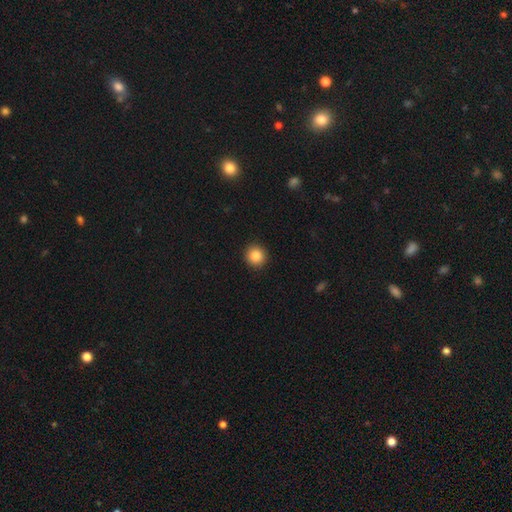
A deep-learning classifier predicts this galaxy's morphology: smooth-or-featured: smooth: 85% | star or artifact: 10% | featured or disk: 5%
  how-rounded: round: 93% | in between: 6% | cigar-shaped: 1%
  merging: none: 93% | minor disturbance: 5% | major disturbance: 2% | merger: 1%